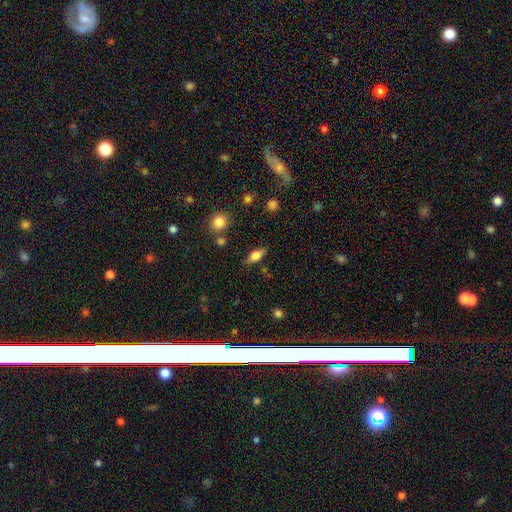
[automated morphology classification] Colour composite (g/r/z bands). It shows a smooth galaxy with no disk features (60%) that is in between round and cigar-shaped (74%). Merging: none (80%).